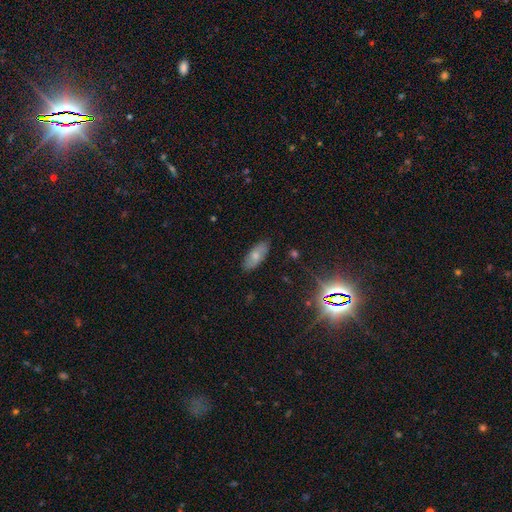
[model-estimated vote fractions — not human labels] A smooth galaxy with no disk features (70%) that is in between round and cigar-shaped (83%). Merging: none (85%).